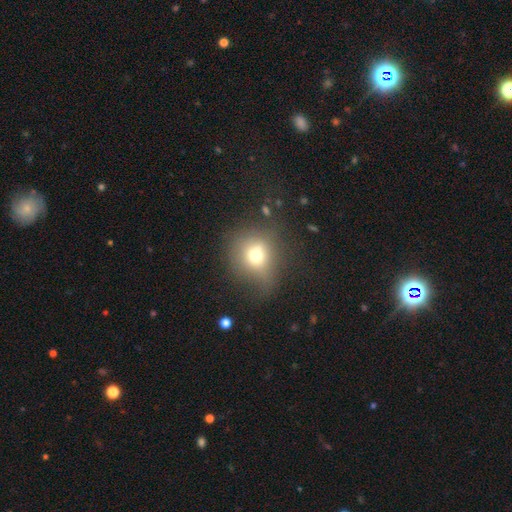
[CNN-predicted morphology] smooth-or-featured: smooth: 66% | featured or disk: 18% | star or artifact: 16%
  how-rounded: round: 84% | in between: 15% | cigar-shaped: 1%
  merging: none: 56% | minor disturbance: 23% | major disturbance: 15% | merger: 6%